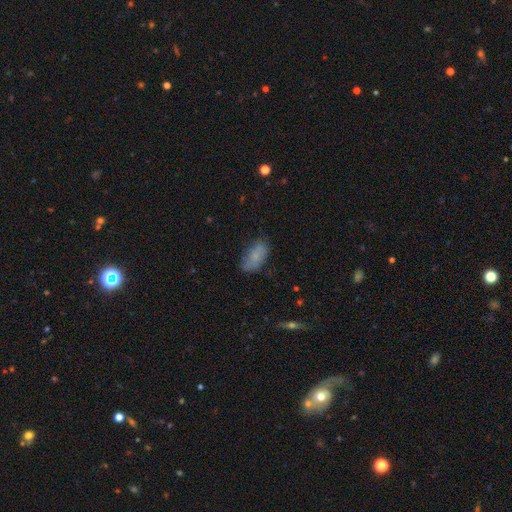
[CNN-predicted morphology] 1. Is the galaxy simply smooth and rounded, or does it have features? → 77% smooth, 14% featured or disk, 9% star or artifact.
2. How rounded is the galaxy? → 90% in between, 7% cigar-shaped, 3% round.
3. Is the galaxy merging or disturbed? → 69% none, 23% minor disturbance, 6% major disturbance, 2% merger.